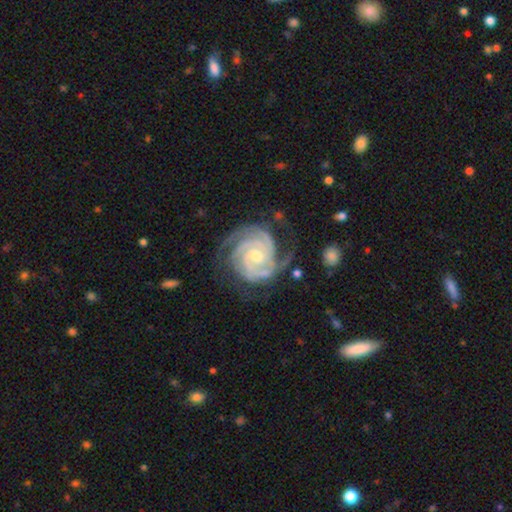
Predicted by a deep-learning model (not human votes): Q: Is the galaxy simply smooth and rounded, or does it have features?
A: featured or disk — 93%.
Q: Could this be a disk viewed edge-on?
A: no — 98%.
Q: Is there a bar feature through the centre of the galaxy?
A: no — 52%.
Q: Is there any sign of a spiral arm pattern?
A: yes — 99%.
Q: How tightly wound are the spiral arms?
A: tight — 78%.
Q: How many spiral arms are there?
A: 3 — 45%.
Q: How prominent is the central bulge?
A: moderate — 54%.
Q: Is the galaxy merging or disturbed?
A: none — 73%.